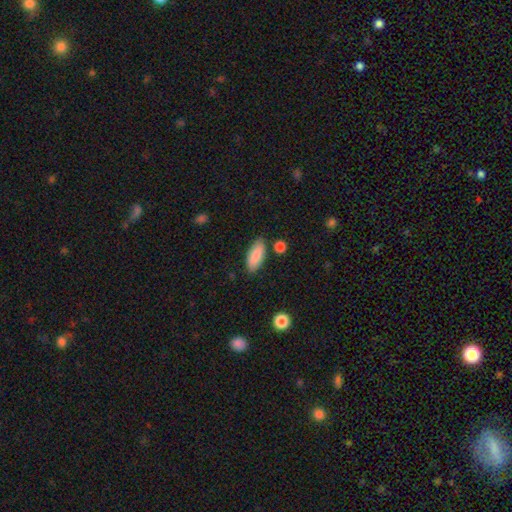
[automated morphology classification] A smooth galaxy with no disk features (87%) that is in between round and cigar-shaped (82%).

Vote fractions:
- Smooth or featured? smooth: 87% / featured or disk: 7% / star or artifact: 6%
- How rounded? in between: 82% / cigar-shaped: 16% / round: 2%
- Merging? none: 82% / minor disturbance: 11% / merger: 4% / major disturbance: 3%